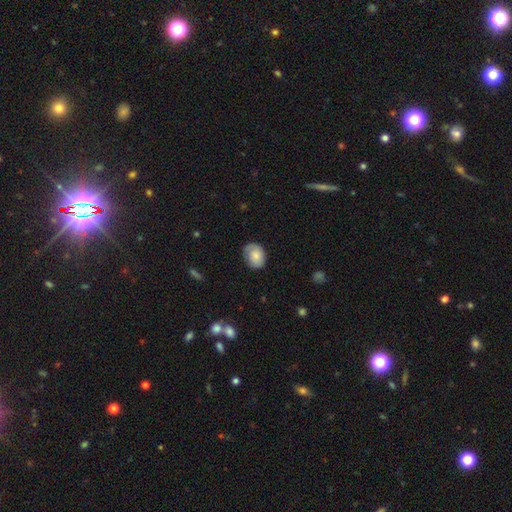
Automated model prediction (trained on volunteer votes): Smooth or featured: smooth — 67% (featured or disk — 25%)
How rounded: in between — 57% (round — 43%)
Merging: none — 65% (minor disturbance — 25%)